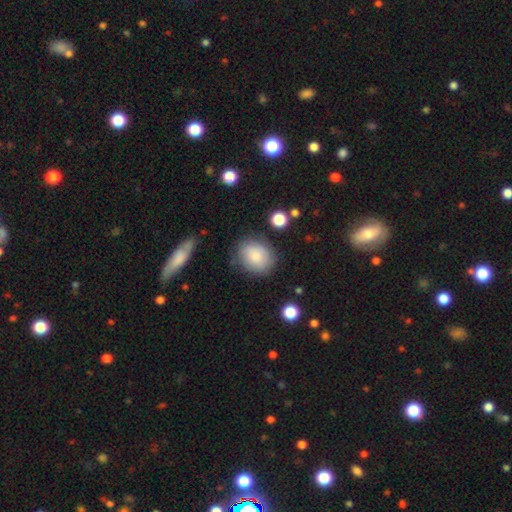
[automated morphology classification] smooth_or_featured: smooth (p=0.81) [alt: featured or disk p=0.11]
how_rounded: round (p=0.59) [alt: in between p=0.40]
merging: none (p=0.73) [alt: minor disturbance p=0.18]